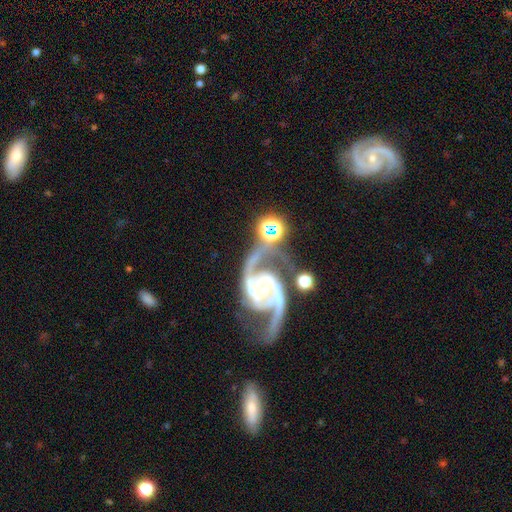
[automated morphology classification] Smooth or featured? featured or disk (92%)
Edge-on disk? no (98%)
Bar? weak (39%)
Spiral arms? yes (98%)
Spiral winding? medium (63%)
Spiral arm count? 2 (92%)
Bulge size? small (60%)
Merging? none (52%)